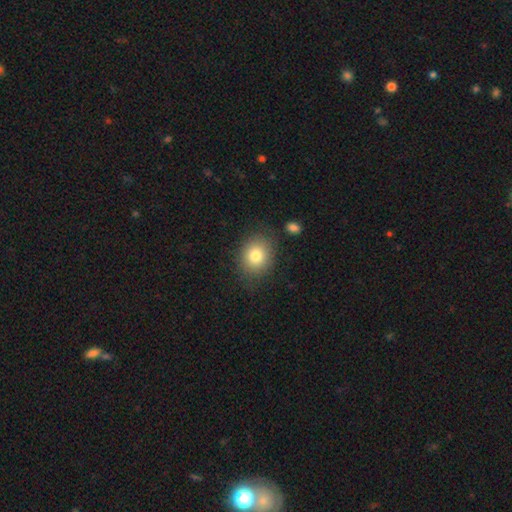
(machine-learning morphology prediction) This is clearly a smooth galaxy (80%). How rounded: likely round (63%). Merging: clearly none (81%).